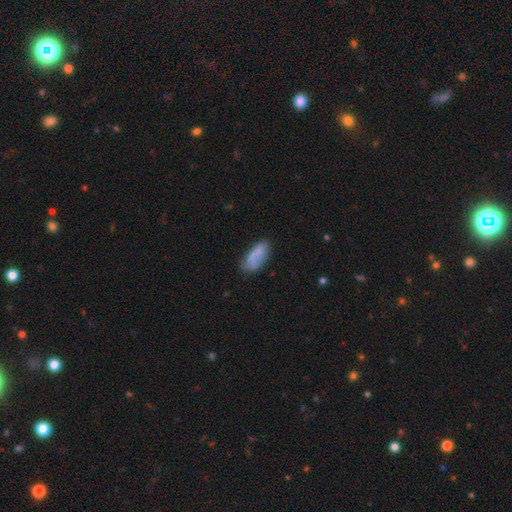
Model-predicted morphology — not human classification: Overall: smooth (73%). How rounded: in between (84%). Merging: none (53%; minor disturbance 28%).